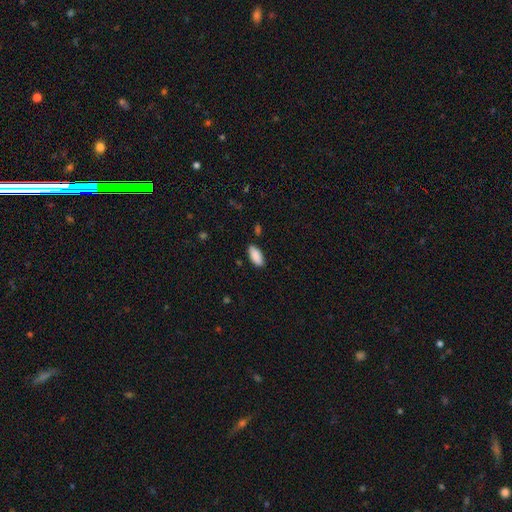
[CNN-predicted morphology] A smooth galaxy with no disk features (89%) that is in between round and cigar-shaped (89%).

Vote fractions:
- Smooth or featured? smooth: 89% / star or artifact: 6% / featured or disk: 5%
- How rounded? in between: 89% / cigar-shaped: 9% / round: 2%
- Merging? none: 86% / minor disturbance: 10% / major disturbance: 2% / merger: 2%